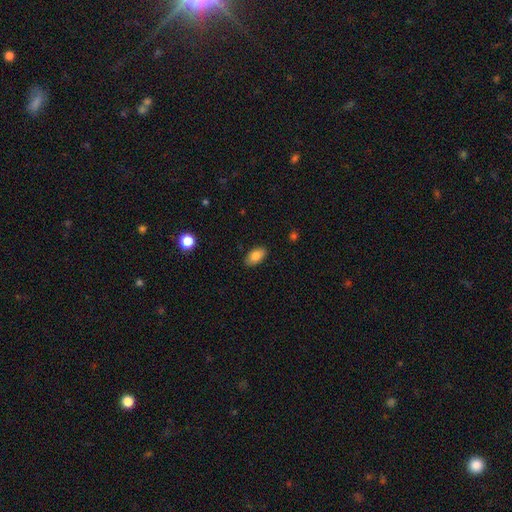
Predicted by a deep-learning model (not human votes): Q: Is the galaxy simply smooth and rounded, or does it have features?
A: smooth — 83%.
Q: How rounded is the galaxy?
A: in between — 92%.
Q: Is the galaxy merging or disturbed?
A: none — 87%.